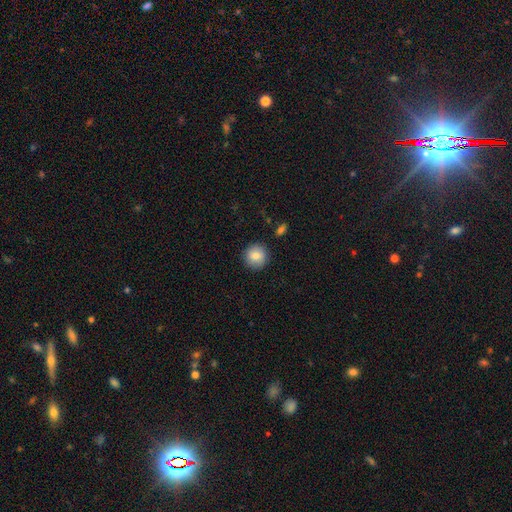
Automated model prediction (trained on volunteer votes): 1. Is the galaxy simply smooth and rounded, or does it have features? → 83% smooth, 9% featured or disk, 8% star or artifact.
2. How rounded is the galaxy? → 93% round, 6% in between, 1% cigar-shaped.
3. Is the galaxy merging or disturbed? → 89% none, 7% minor disturbance, 2% major disturbance, 2% merger.